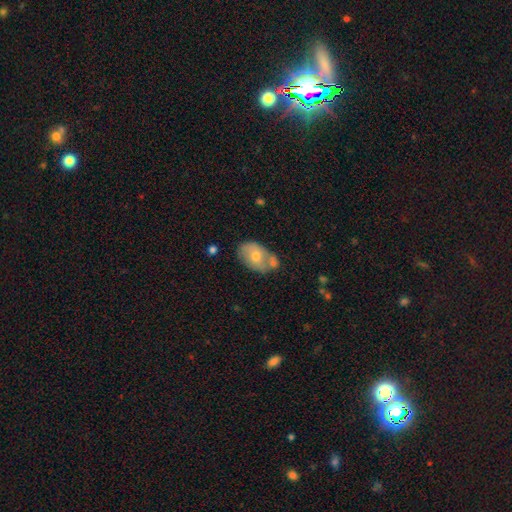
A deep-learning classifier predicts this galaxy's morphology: Smooth or featured? smooth (60%)
How rounded? in between (85%)
Merging? none (47%)